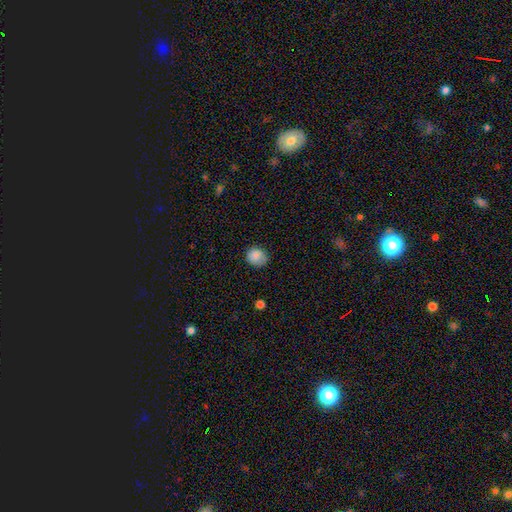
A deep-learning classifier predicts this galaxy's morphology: A smooth galaxy with no disk features (86%) that is round (76%).

Vote fractions:
- Smooth or featured? smooth: 86% / star or artifact: 9% / featured or disk: 5%
- How rounded? round: 76% / in between: 23% / cigar-shaped: 1%
- Merging? none: 73% / minor disturbance: 22% / major disturbance: 4% / merger: 1%